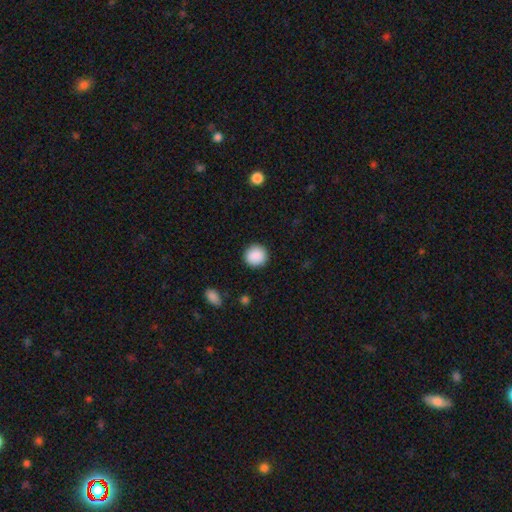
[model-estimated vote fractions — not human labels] A smooth galaxy with no disk features (90%) that is round (93%). Merging: none (91%).